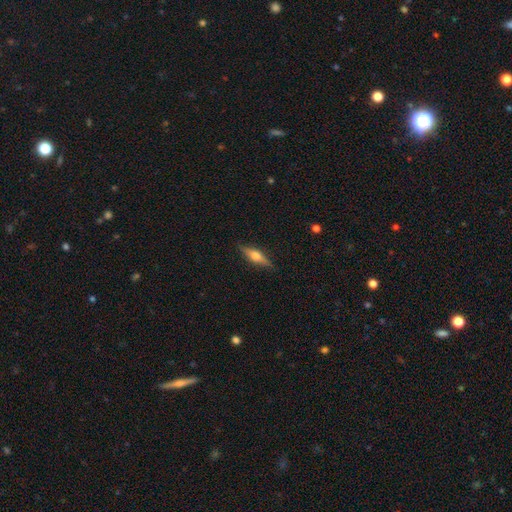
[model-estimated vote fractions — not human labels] This is possibly a featured or disk galaxy (59%). It is clearly viewed edge-on (95%). Edge-on bulge: clearly rounded (90%). Merging: clearly none (87%).